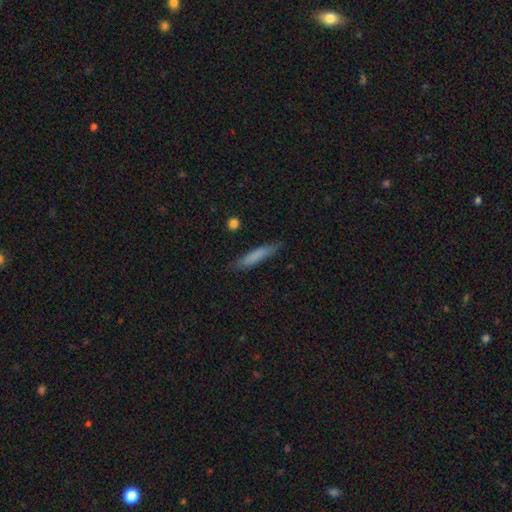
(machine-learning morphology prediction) smooth 77%, featured or disk 16%, star or artifact 7%. Down the decision tree: how rounded — cigar-shaped (90%); merging — none (81%).